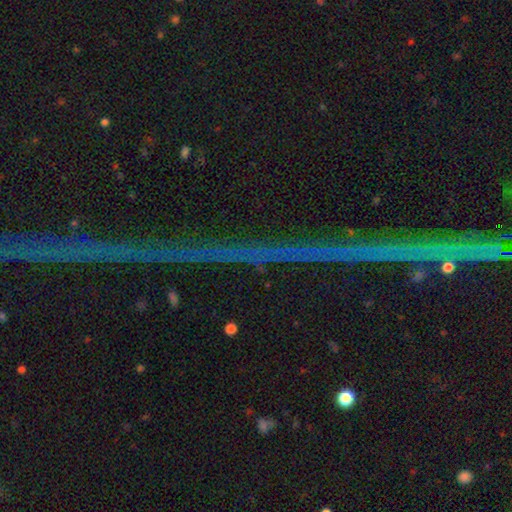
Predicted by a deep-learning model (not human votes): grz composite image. It shows a star or artifact, not a galaxy (78%).